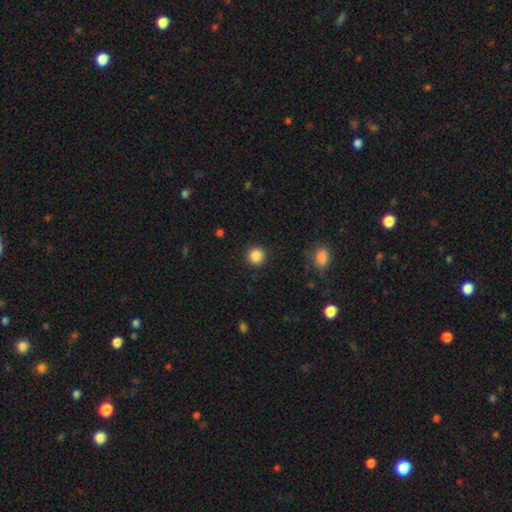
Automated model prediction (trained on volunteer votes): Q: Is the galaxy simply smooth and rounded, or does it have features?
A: smooth — 87%.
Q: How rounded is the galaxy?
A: round — 94%.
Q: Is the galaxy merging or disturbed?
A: none — 92%.